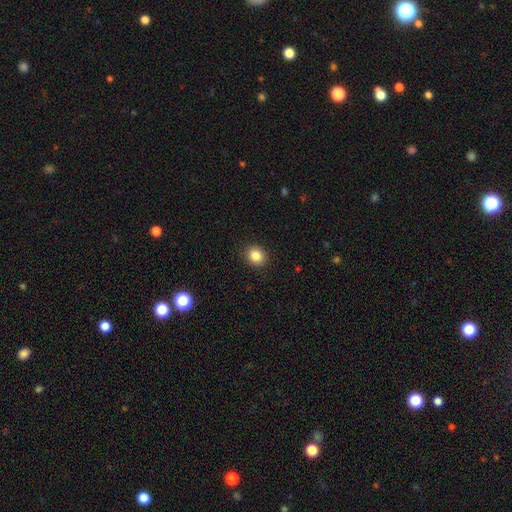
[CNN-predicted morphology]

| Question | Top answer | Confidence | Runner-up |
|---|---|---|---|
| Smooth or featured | smooth | 85% | star or artifact (10%) |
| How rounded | round | 68% | in between (31%) |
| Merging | none | 90% | minor disturbance (7%) |